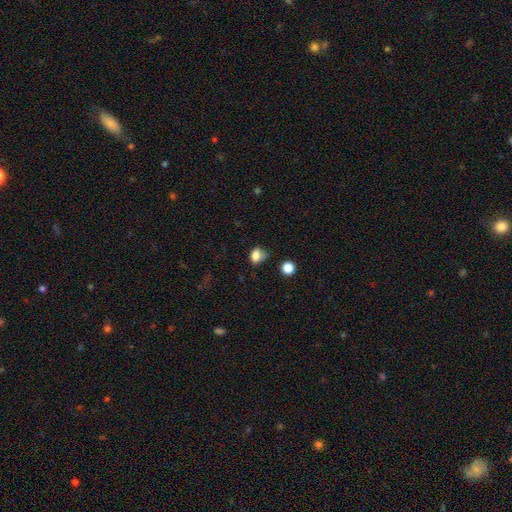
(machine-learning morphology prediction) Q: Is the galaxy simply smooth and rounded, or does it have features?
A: smooth — 80%.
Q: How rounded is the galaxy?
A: in between — 58%.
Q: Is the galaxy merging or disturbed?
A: none — 43%.